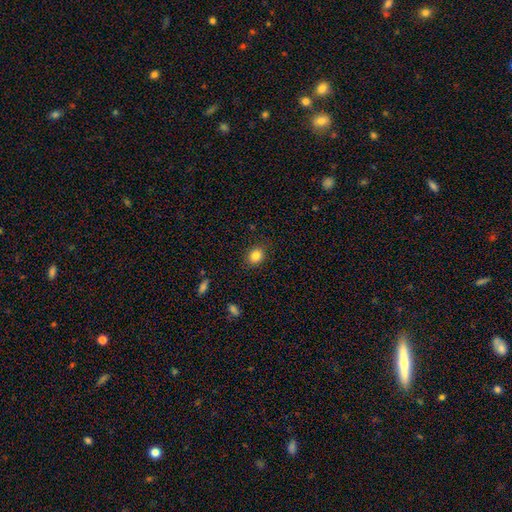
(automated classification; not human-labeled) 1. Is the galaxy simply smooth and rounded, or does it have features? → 83% smooth, 11% star or artifact, 6% featured or disk.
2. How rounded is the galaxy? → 59% round, 40% in between, 1% cigar-shaped.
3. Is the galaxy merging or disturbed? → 87% none, 9% minor disturbance, 2% major disturbance, 1% merger.